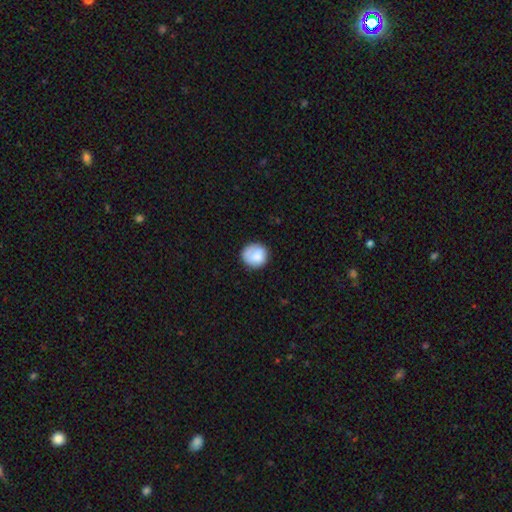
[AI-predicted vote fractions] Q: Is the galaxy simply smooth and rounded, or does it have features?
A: smooth — 82%.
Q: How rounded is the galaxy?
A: round — 88%.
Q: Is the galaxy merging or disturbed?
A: none — 75%.